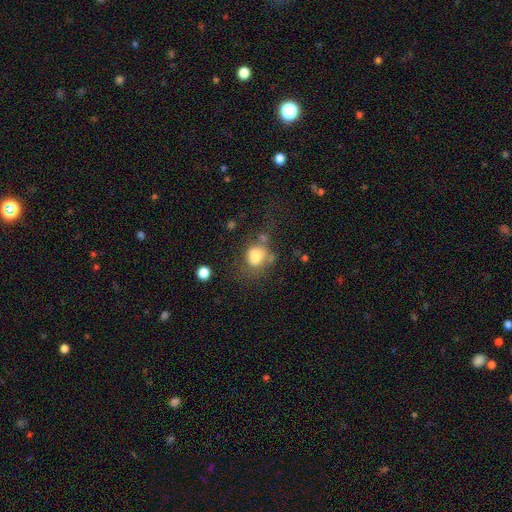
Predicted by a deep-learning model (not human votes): Smooth or featured?
  - smooth: 73% *
  - featured or disk: 15%
  - star or artifact: 11%
How rounded?
  - round: 53% *
  - in between: 46%
  - cigar-shaped: 1%
Merging?
  - none: 35% *
  - major disturbance: 26%
  - minor disturbance: 23%
  - merger: 16%